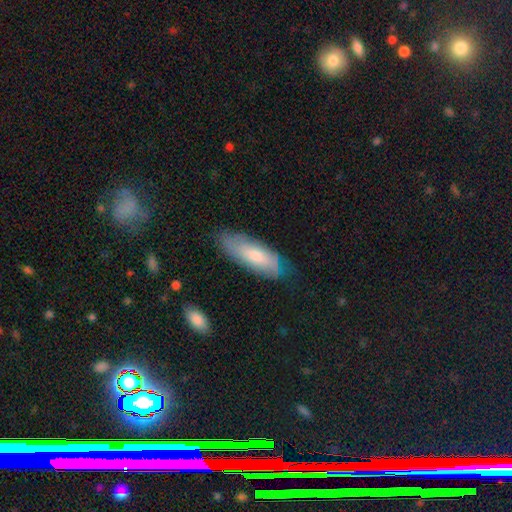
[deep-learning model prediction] Smooth or featured: smooth — 60% (featured or disk — 33%)
How rounded: in between — 64% (cigar-shaped — 34%)
Merging: none — 70% (minor disturbance — 23%)